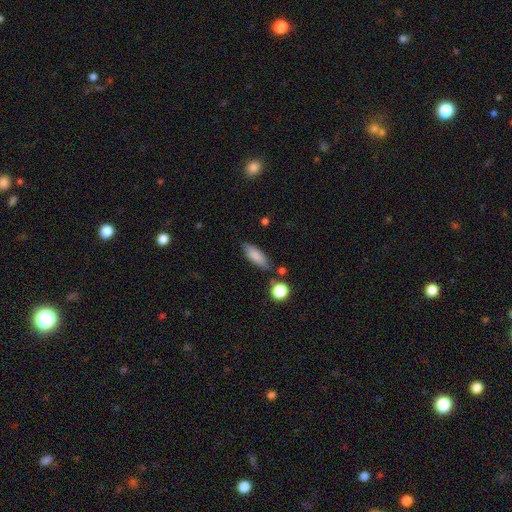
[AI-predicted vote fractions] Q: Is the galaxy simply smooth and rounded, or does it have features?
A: smooth — 84%.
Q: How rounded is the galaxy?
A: in between — 68%.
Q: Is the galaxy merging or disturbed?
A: none — 74%.